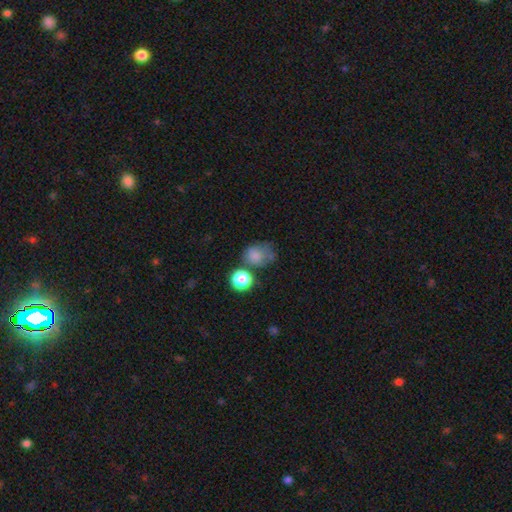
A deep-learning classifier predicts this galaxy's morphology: Smooth or featured: smooth — 76% (star or artifact — 13%)
How rounded: round — 57% (in between — 42%)
Merging: none — 41% (merger — 23%)